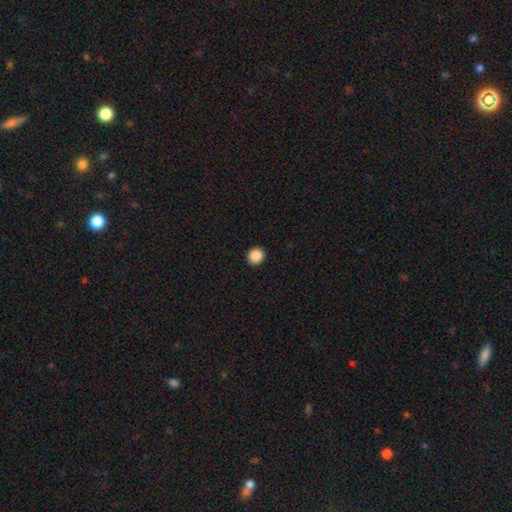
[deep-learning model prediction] Q: Smooth or featured?
A: smooth (89%); runner-up: star or artifact (9%)
Q: How rounded?
A: round (88%); runner-up: in between (11%)
Q: Merging?
A: none (93%); runner-up: minor disturbance (4%)